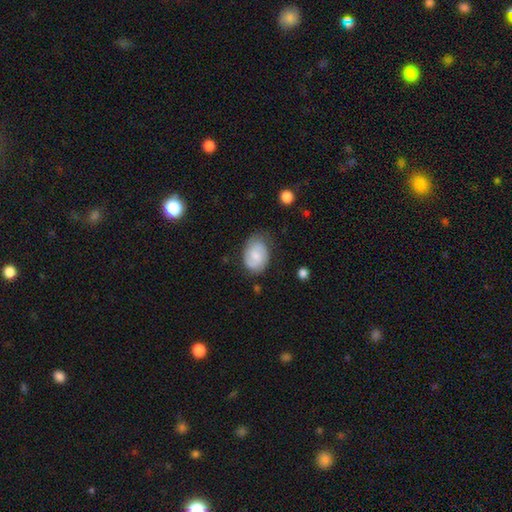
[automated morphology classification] This is possibly a featured or disk galaxy (57%). It is clearly not viewed edge-on (98%). Bar: possibly weak (47%). Spiral arm pattern: clearly yes (90%). Spiral arm count: likely 2 (78%). Spiral winding: marginally medium (45%). Central bulge: marginally small (42%). Merging: likely none (69%).